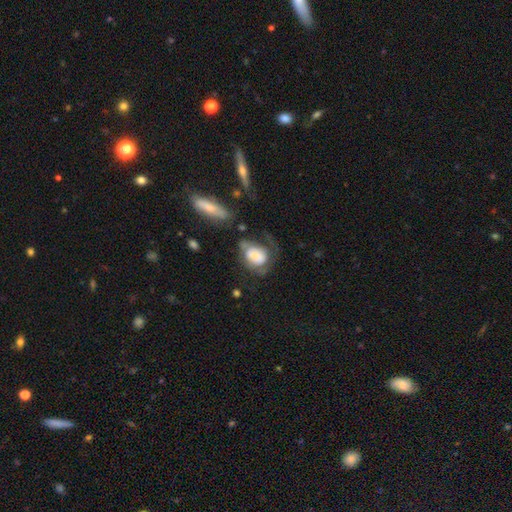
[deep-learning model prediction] Smooth or featured?
  - smooth: 50% *
  - featured or disk: 42%
  - star or artifact: 7%
How rounded?
  - in between: 63% *
  - round: 36%
  - cigar-shaped: 2%
Merging?
  - major disturbance: 34% * (tied)
  - none: 34% * (tied)
  - minor disturbance: 24%
  - merger: 9%